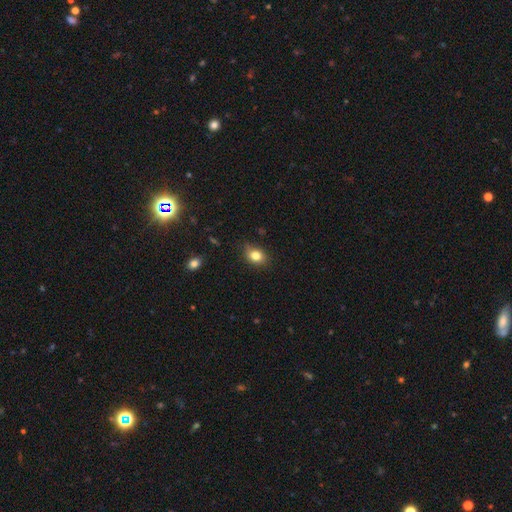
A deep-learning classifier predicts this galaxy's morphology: smooth_or_featured: smooth (p=0.81) [alt: star or artifact p=0.11]
how_rounded: in between (p=0.60) [alt: round p=0.39]
merging: none (p=0.74) [alt: minor disturbance p=0.21]